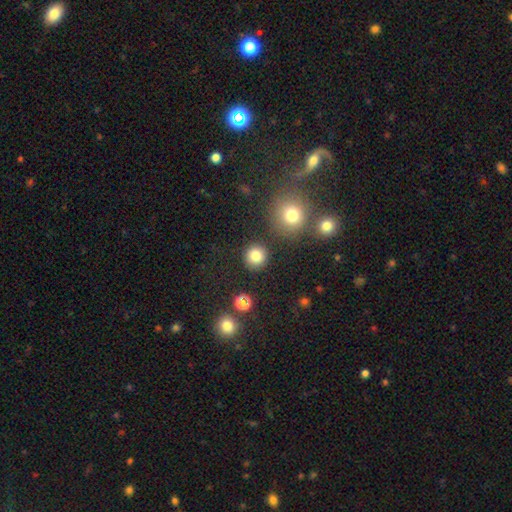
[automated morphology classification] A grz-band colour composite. It shows a smooth galaxy with no disk features (83%) that is round (91%). Merging: none (87%).